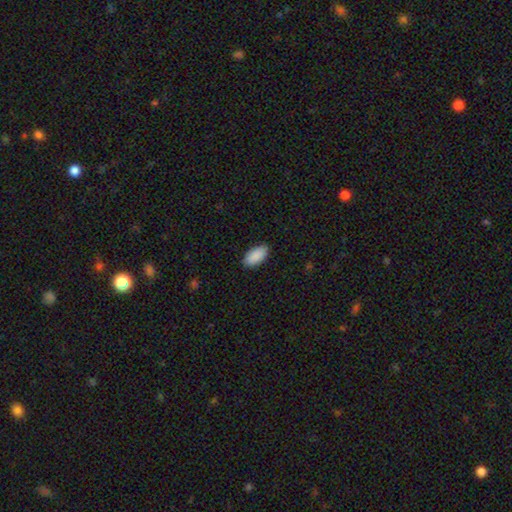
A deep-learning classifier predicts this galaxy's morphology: Smooth or featured: smooth — 91% (star or artifact — 6%)
How rounded: in between — 94% (cigar-shaped — 4%)
Merging: none — 88% (minor disturbance — 9%)